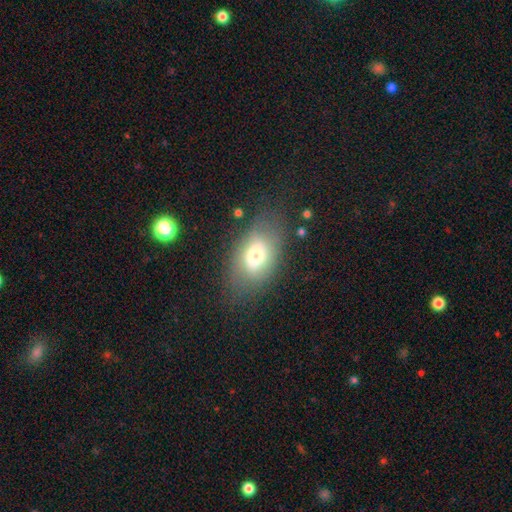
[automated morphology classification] smooth 67%, featured or disk 22%, star or artifact 11%. Down the decision tree: how rounded — in between (87%); merging — none (67%).